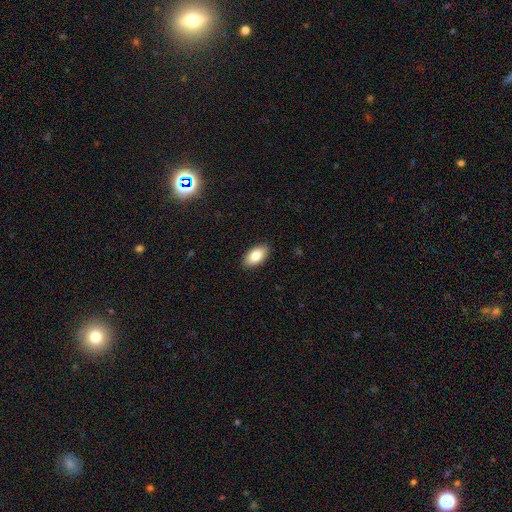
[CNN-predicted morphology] Smooth or featured?
  - smooth: 83% *
  - featured or disk: 10%
  - star or artifact: 7%
How rounded?
  - in between: 94% *
  - round: 4%
  - cigar-shaped: 2%
Merging?
  - none: 89% *
  - minor disturbance: 8%
  - major disturbance: 2%
  - merger: 1%